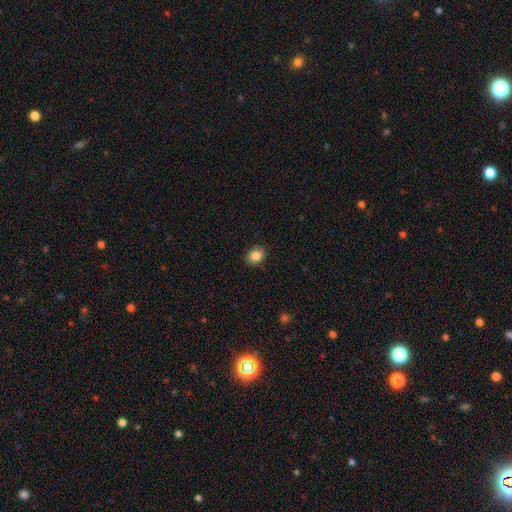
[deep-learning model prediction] Smooth or featured? smooth (86%)
How rounded? in between (58%)
Merging? none (87%)